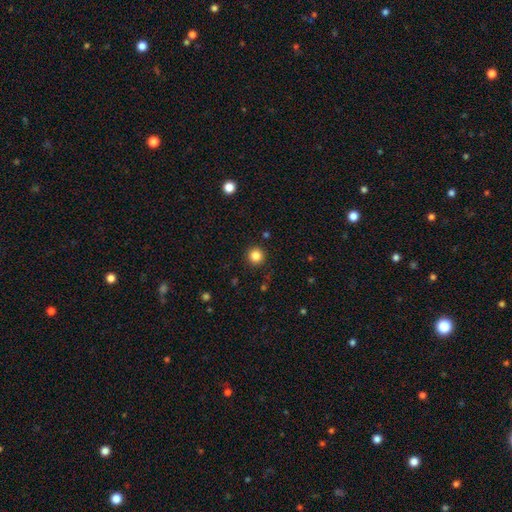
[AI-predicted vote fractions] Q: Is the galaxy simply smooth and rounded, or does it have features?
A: smooth — 84%.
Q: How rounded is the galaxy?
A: round — 95%.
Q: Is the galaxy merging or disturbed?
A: none — 91%.